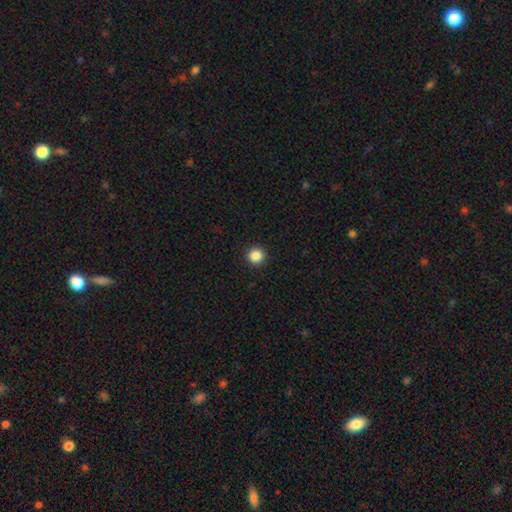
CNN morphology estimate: The model was most divided on "smooth or featured": smooth: 86%, star or artifact: 11%, featured or disk: 3%. More confident: how rounded — round (96%); merging — none (94%).